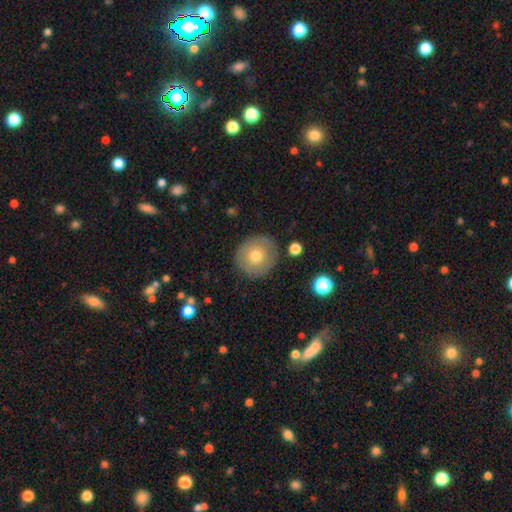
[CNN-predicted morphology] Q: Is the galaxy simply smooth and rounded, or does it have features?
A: smooth — 69%.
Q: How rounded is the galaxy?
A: round — 92%.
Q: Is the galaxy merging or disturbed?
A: none — 88%.